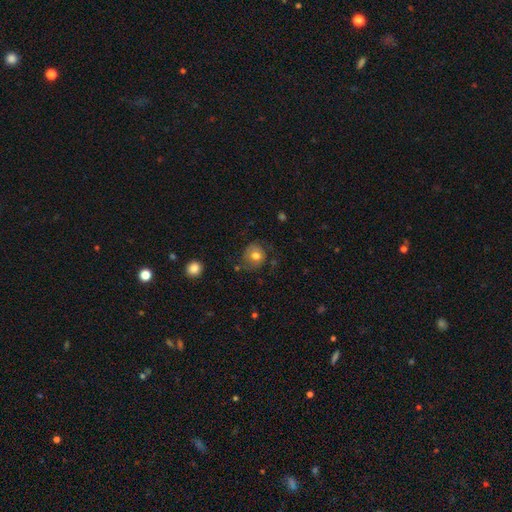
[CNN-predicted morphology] smooth 71%, featured or disk 20%, star or artifact 9%. Down the decision tree: how rounded — round (81%); merging — none (64%).